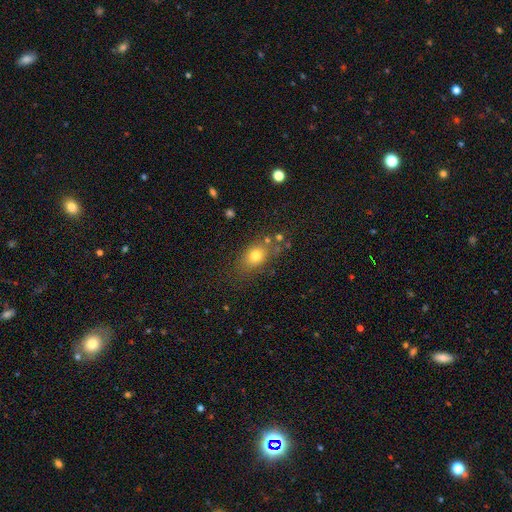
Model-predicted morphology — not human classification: Smooth or featured? smooth (75%)
How rounded? in between (66%)
Merging? none (70%)